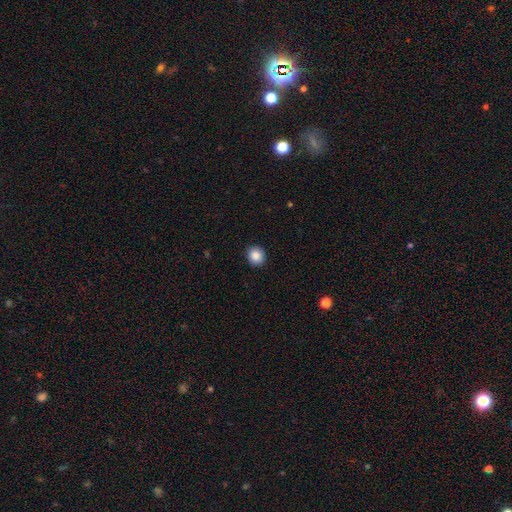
Smooth or featured?
  - smooth: 89% *
  - featured or disk: 5%
  - star or artifact: 5%
How rounded?
  - round: 94% *
  - in between: 6%
  - cigar-shaped: 0%
Merging?
  - none: 94% *
  - major disturbance: 6%
  - minor disturbance: 0%
  - merger: 0%